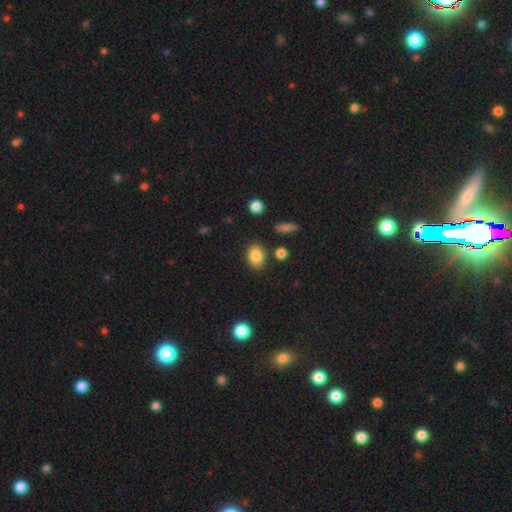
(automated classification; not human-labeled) Smooth or featured? Predicted: smooth (p=0.84). How rounded? Predicted: in between (p=0.75). Merging? Predicted: none (p=0.79).